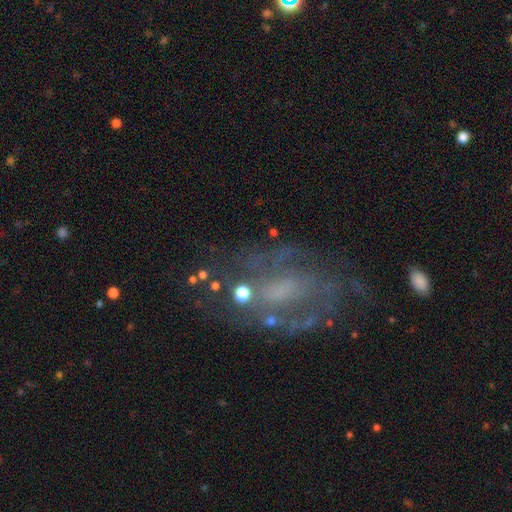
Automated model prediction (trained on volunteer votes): featured or disk 73%, smooth 14%, star or artifact 12%. Down the decision tree: edge-on disk — no (95%); bar — no (50%); spiral arms — yes (72%); bulge size — none (38%); merging — none (60%).